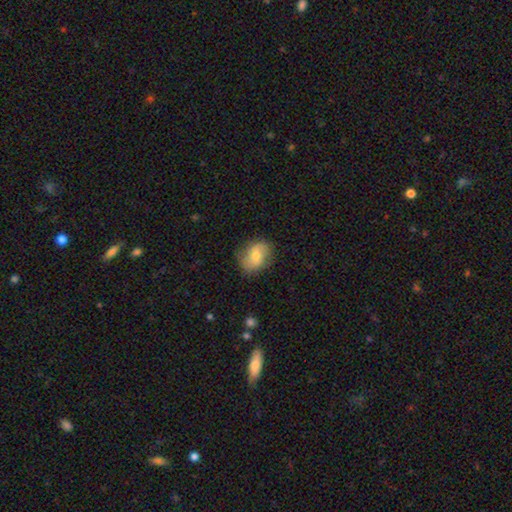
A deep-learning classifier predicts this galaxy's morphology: Overall: smooth (62%; featured or disk 30%). How rounded: in between (62%; round 36%). Merging: none (70%).